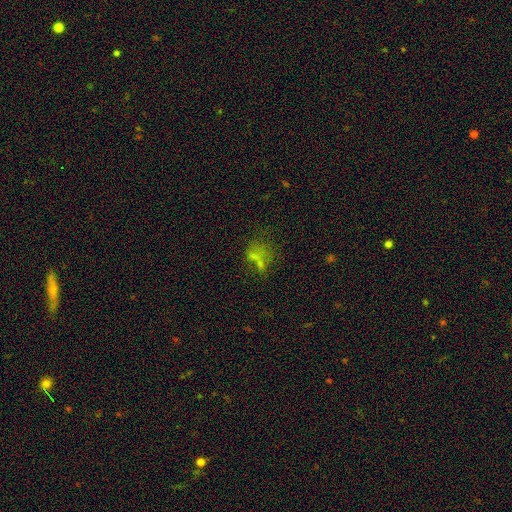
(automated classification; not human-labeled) Smooth or featured?
  - smooth: 44% *
  - star or artifact: 37%
  - featured or disk: 19%
Merging?
  - none: 55% *
  - minor disturbance: 16%
  - major disturbance: 15%
  - merger: 14%